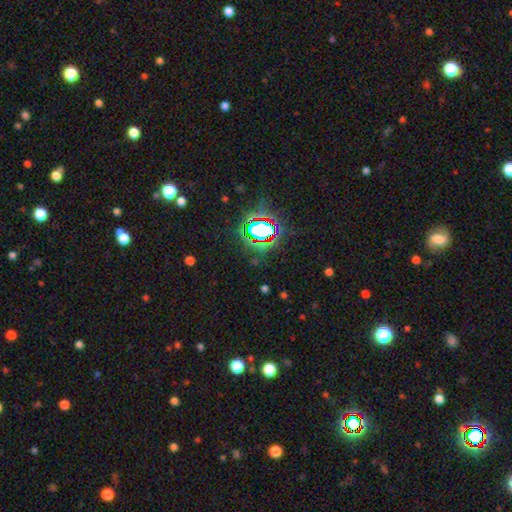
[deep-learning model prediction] A star or artifact, not a galaxy (79%).